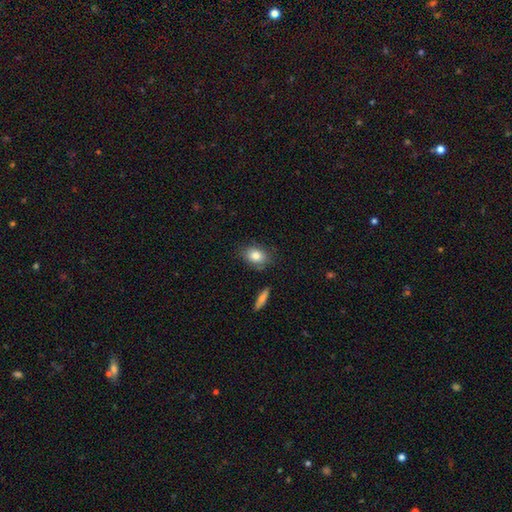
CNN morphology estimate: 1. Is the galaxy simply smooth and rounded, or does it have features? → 82% smooth, 10% featured or disk, 8% star or artifact.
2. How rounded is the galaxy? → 69% in between, 29% round, 2% cigar-shaped.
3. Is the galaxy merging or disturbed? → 76% none, 17% minor disturbance, 4% merger, 4% major disturbance.